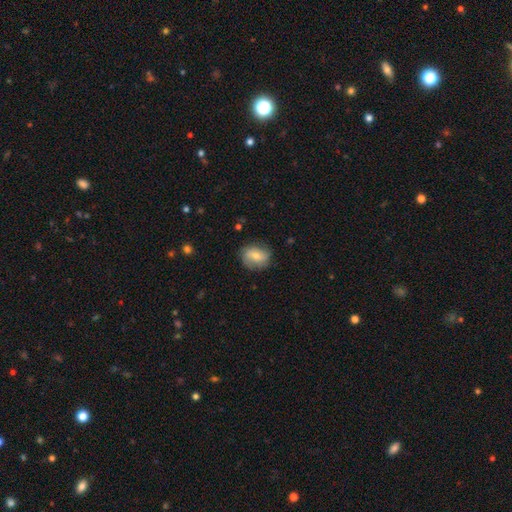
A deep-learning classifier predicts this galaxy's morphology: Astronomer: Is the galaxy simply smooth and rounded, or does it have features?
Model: smooth — 56% (runner-up: featured or disk, 36%).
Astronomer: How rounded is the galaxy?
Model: round — 49%, tied with in between at 49%.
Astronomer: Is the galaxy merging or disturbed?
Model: none — 76%.